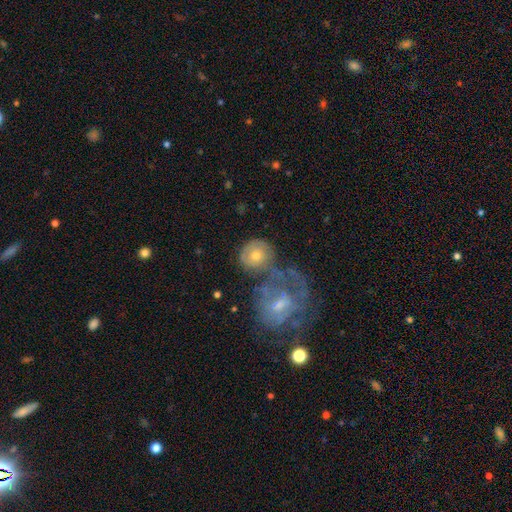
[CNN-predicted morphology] A smooth galaxy with no disk features (49%).

Vote fractions:
- Smooth or featured? smooth: 49% / featured or disk: 43% / star or artifact: 7%
- Merging? none: 43% / merger: 34% / minor disturbance: 14% / major disturbance: 9%